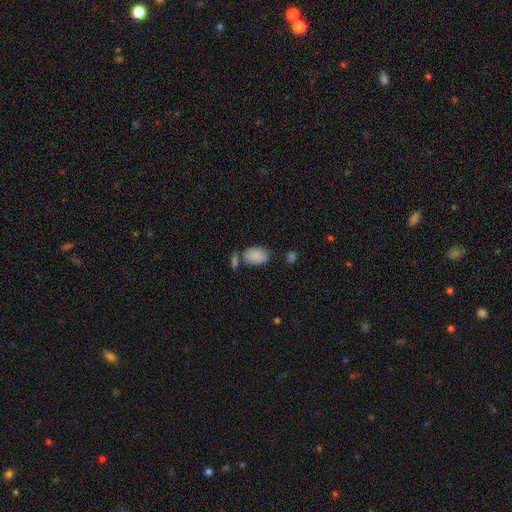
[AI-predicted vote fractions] This appears to be a smooth galaxy with no disk features (88%) that is in between round and cigar-shaped (91%). Merging: none (62%).